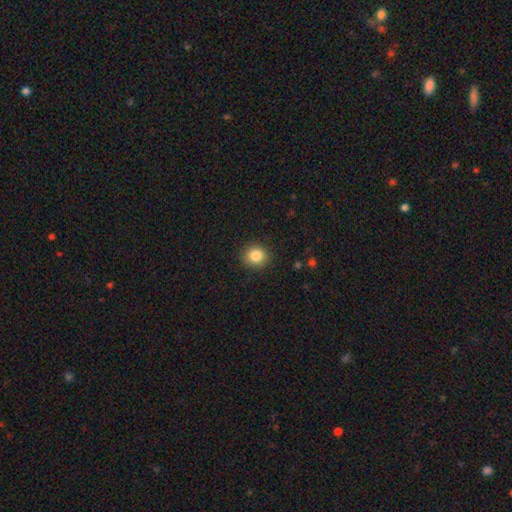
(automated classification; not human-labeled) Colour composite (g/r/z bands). It shows a smooth galaxy with no disk features (85%) that is round (85%). Merging: none (90%).